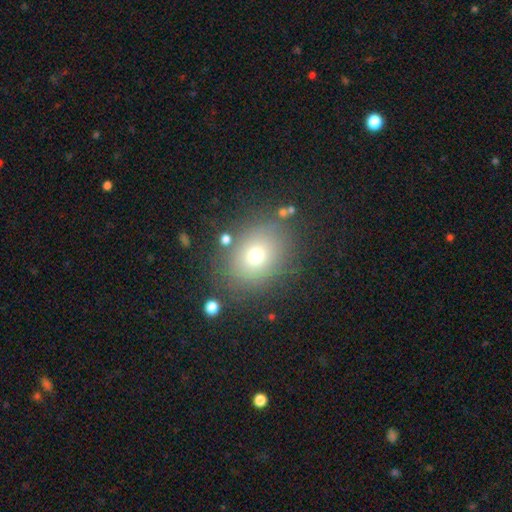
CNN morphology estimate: Q: Smooth or featured?
A: smooth (69%); runner-up: star or artifact (17%)
Q: How rounded?
A: round (57%); runner-up: in between (42%)
Q: Merging?
A: none (80%); runner-up: minor disturbance (11%)